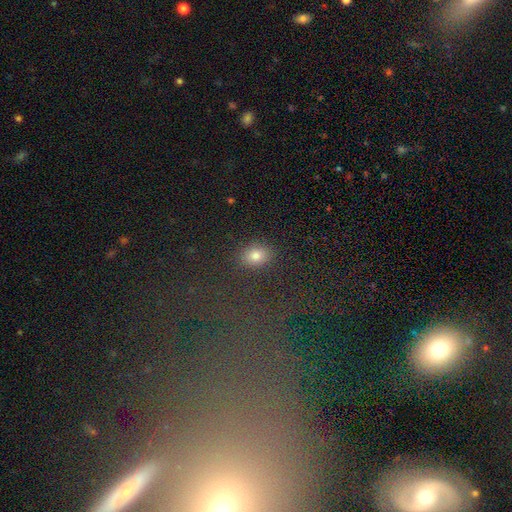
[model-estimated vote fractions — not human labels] smooth_or_featured: smooth (p=0.79) [alt: star or artifact p=0.12]
how_rounded: in between (p=0.73) [alt: round p=0.25]
merging: none (p=0.87) [alt: minor disturbance p=0.09]